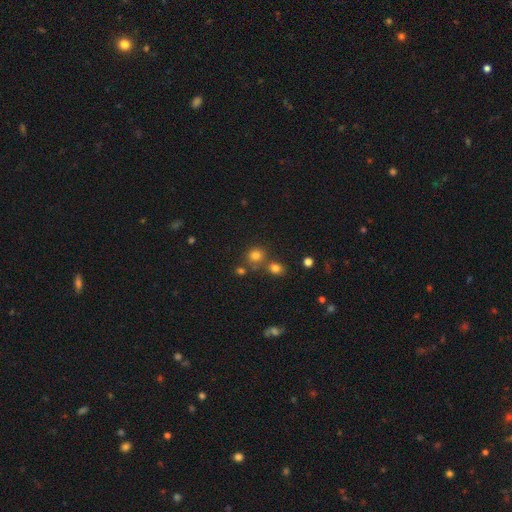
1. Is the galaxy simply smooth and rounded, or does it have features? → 87% smooth, 8% star or artifact, 5% featured or disk.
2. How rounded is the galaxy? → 79% round, 18% in between, 3% cigar-shaped.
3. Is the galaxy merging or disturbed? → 71% none, 11% merger, 9% minor disturbance, 9% major disturbance.